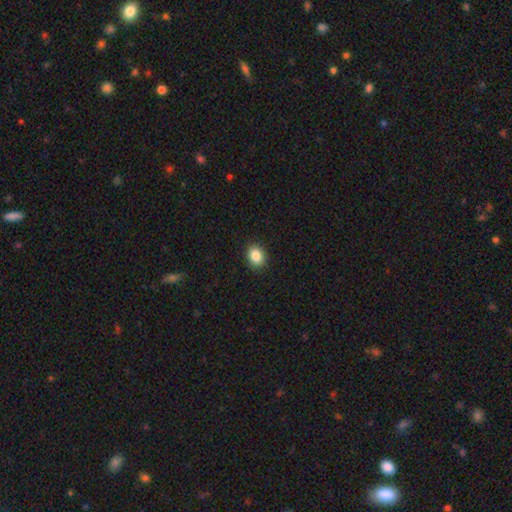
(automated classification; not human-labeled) A smooth galaxy with no disk features (86%) that is in between round and cigar-shaped (52%).

Vote fractions:
- Smooth or featured? smooth: 86% / star or artifact: 9% / featured or disk: 5%
- How rounded? in between: 52% / round: 47% / cigar-shaped: 1%
- Merging? none: 90% / minor disturbance: 7% / major disturbance: 2% / merger: 1%